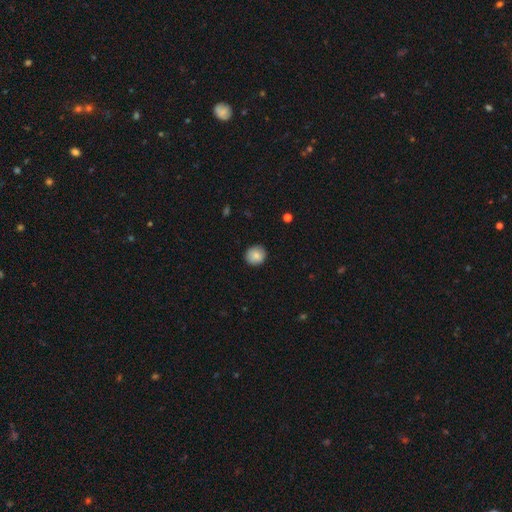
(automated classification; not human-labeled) Overall: smooth (84%). How rounded: round (89%). Merging: none (88%).